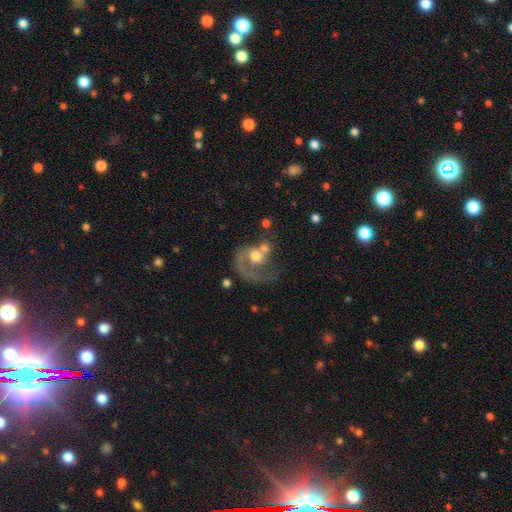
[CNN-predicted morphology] A featured or disk galaxy (68%) with no bar (79%), 1 (84%) loose (36%) spiral arms (77%) and a moderate central bulge (64%).

Vote fractions:
- Smooth or featured? featured or disk: 68% / smooth: 25% / star or artifact: 8%
- Edge-on disk? no: 98% / yes: 2%
- Bar? no: 79% / weak: 18% / strong: 4%
- Spiral arms? yes: 77% / no: 23%
- Spiral winding? loose: 36% / medium: 35% / tight: 29%
- Spiral arm count? 1: 84% / 2: 7% / can't tell: 6% / 3: 1% / more than 4: 1% / 4: 1%
- Bulge size? moderate: 64% / large: 19% / small: 11% / none: 3% / dominant: 2%
- Merging? major disturbance: 32% / merger: 28% / none: 27% / minor disturbance: 12%